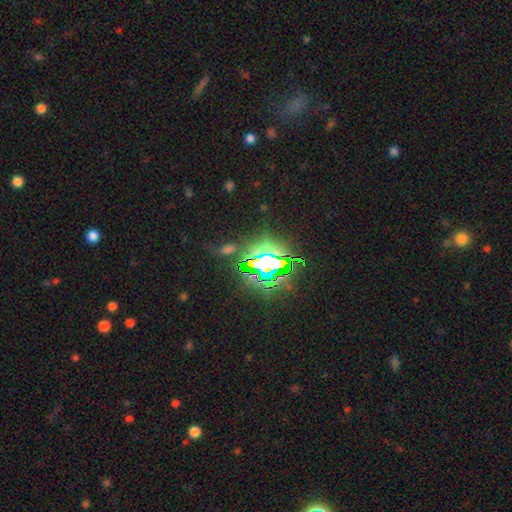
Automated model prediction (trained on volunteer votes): Smooth or featured? Predicted: star or artifact (p=0.84).